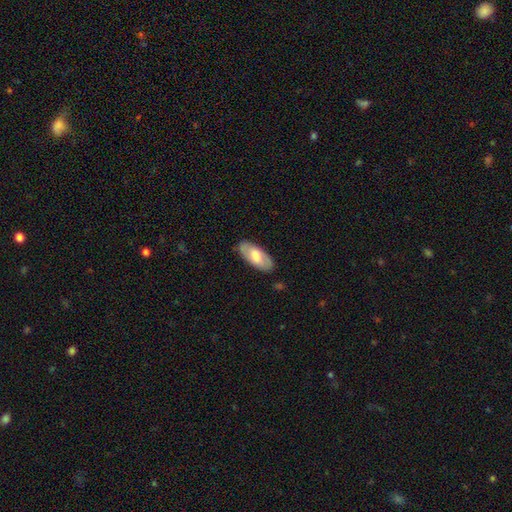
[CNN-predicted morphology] smooth-or-featured: smooth: 57% | featured or disk: 38% | star or artifact: 5%
  how-rounded: in between: 89% | cigar-shaped: 9% | round: 2%
  merging: none: 84% | minor disturbance: 12% | major disturbance: 3% | merger: 1%